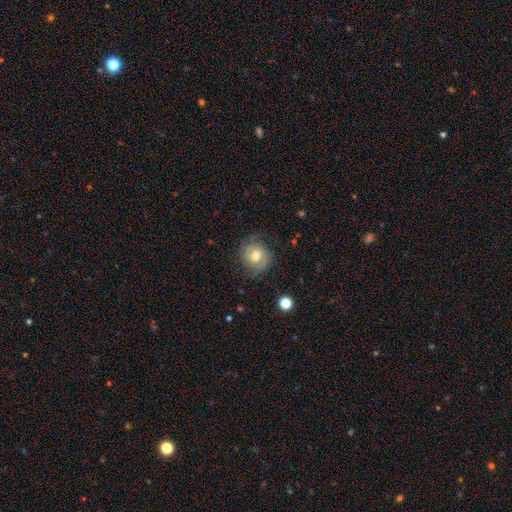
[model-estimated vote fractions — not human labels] Smooth or featured? featured or disk (48%)
Merging? none (71%)